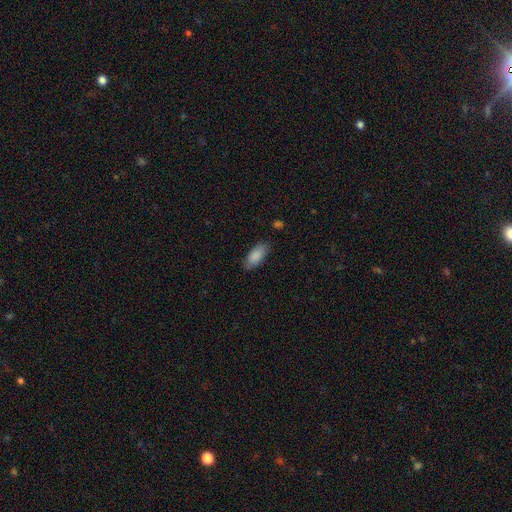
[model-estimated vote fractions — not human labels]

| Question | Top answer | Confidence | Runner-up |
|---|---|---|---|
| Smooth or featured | smooth | 88% | star or artifact (6%) |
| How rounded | in between | 88% | cigar-shaped (10%) |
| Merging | none | 81% | minor disturbance (15%) |